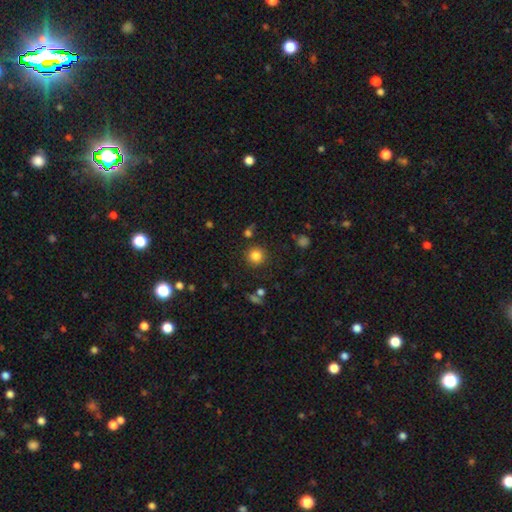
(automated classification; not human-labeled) This appears to be a smooth galaxy with no disk features (82%) that is round (93%). Merging: none (86%).